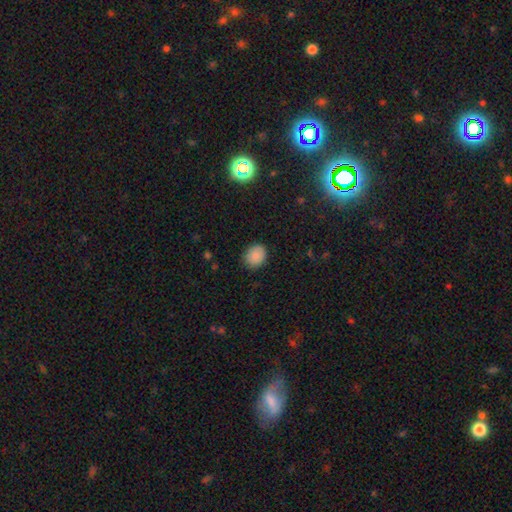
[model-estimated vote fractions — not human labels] A smooth galaxy with no disk features (88%) that is round (60%). Merging: none (84%).